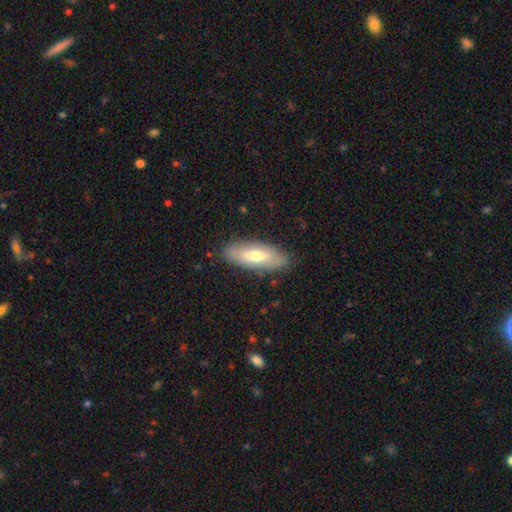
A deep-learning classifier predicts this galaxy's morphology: Q: Smooth or featured?
A: smooth (62%); runner-up: featured or disk (32%)
Q: How rounded?
A: in between (71%); runner-up: cigar-shaped (27%)
Q: Merging?
A: none (85%); runner-up: minor disturbance (11%)